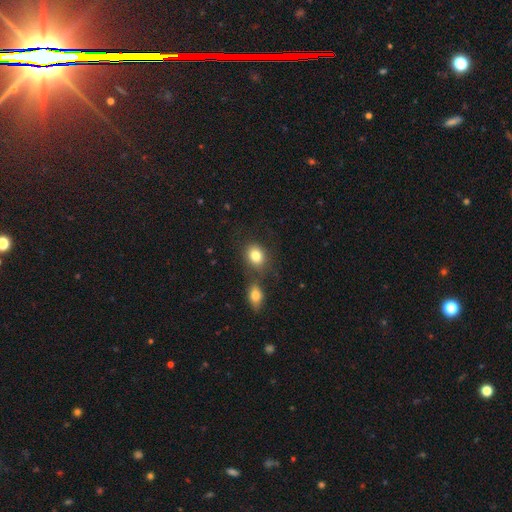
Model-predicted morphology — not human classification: The model was most divided on "how rounded": in between: 52%, round: 47%, cigar-shaped: 1%. More confident: smooth or featured — smooth (82%); merging — none (62%).